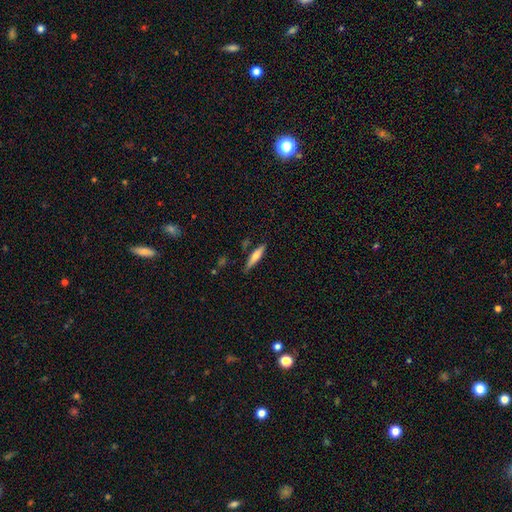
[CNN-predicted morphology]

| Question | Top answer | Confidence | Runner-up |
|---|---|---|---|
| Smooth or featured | smooth | 60% | featured or disk (34%) |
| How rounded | cigar-shaped | 84% | in between (15%) |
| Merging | none | 79% | minor disturbance (14%) |